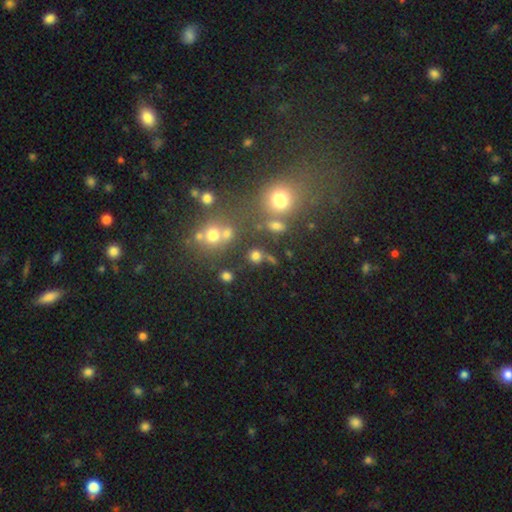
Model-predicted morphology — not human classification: smooth_or_featured: smooth (p=0.71) [alt: star or artifact p=0.20]
how_rounded: round (p=0.84) [alt: in between p=0.14]
merging: none (p=0.67) [alt: merger p=0.16]